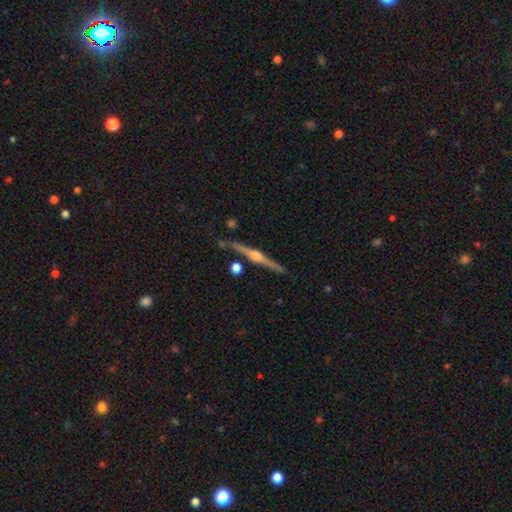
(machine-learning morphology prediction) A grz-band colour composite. It shows a featured or disk galaxy (87%) viewed edge-on (99%) with a rounded central bulge (93%). Merging: none (89%).